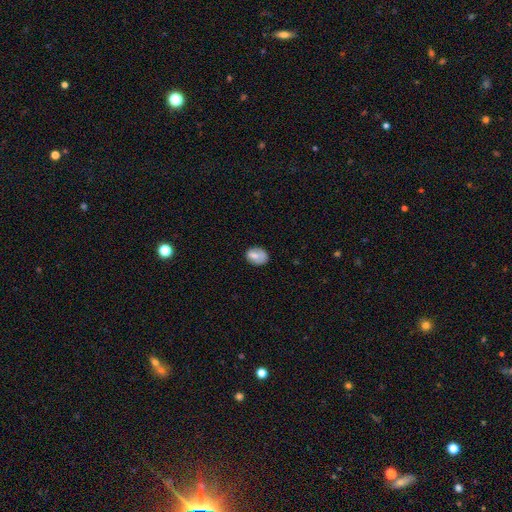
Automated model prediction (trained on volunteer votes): A smooth galaxy with no disk features (73%) that is in between round and cigar-shaped (60%).

Vote fractions:
- Smooth or featured? smooth: 73% / featured or disk: 18% / star or artifact: 9%
- How rounded? in between: 60% / round: 39% / cigar-shaped: 1%
- Merging? none: 64% / minor disturbance: 24% / major disturbance: 9% / merger: 3%